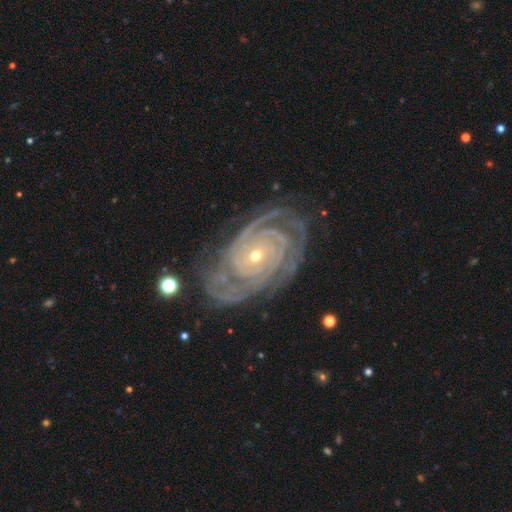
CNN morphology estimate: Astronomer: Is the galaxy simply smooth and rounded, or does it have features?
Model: featured or disk — 92%.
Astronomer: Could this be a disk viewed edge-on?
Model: no — 97%.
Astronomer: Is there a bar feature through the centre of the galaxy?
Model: no — 75%.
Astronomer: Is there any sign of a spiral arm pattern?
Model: yes — 98%.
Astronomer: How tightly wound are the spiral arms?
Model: tight — 82%.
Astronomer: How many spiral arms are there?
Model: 2 — 25% (runner-up: 3, 24%).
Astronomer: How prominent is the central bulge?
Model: small — 72%.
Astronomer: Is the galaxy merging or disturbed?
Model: none — 74%.